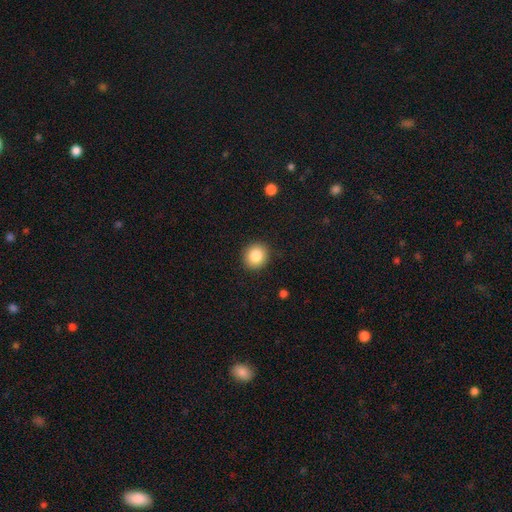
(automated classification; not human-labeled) smooth-or-featured: smooth: 84% | star or artifact: 9% | featured or disk: 7%
  how-rounded: round: 86% | in between: 13% | cigar-shaped: 1%
  merging: none: 91% | minor disturbance: 6% | major disturbance: 2% | merger: 1%